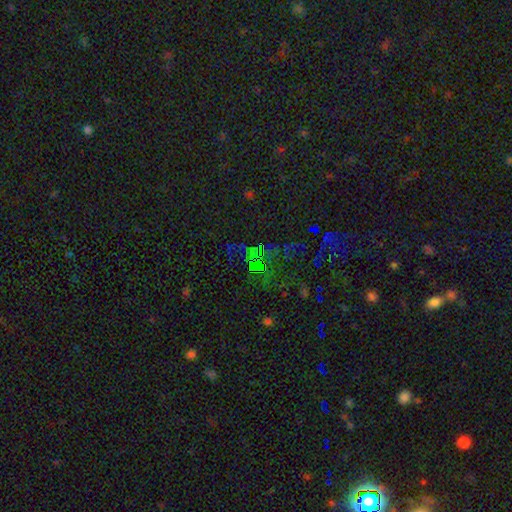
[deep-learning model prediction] Overall: star or artifact (74%).